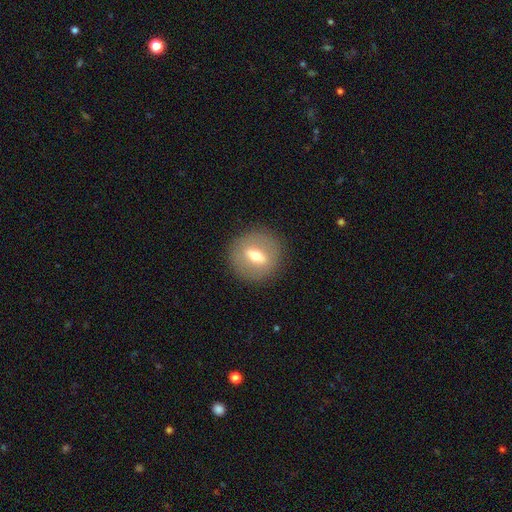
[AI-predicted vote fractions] Smooth or featured? Predicted: smooth (p=0.46, tied with featured or disk). Merging? Predicted: none (p=0.87).